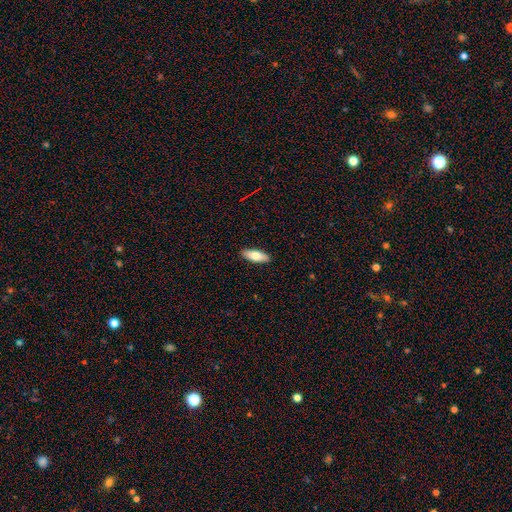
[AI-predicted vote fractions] smooth_or_featured: smooth (p=0.76) [alt: featured or disk p=0.18]
how_rounded: in between (p=0.69) [alt: cigar-shaped p=0.29]
merging: none (p=0.90) [alt: minor disturbance p=0.07]